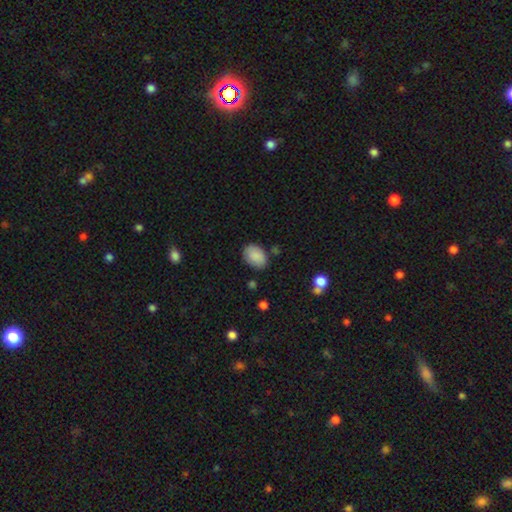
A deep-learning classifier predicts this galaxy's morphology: This is clearly a smooth galaxy (88%). How rounded: clearly in between (82%). Merging: likely none (79%).